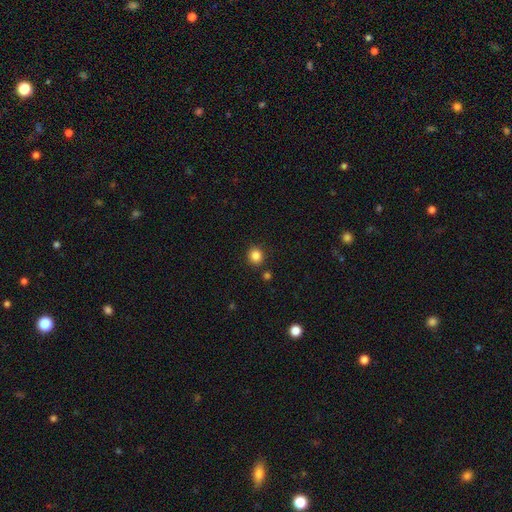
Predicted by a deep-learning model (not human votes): Smooth or featured: smooth — 85% (star or artifact — 11%)
How rounded: round — 81% (in between — 18%)
Merging: none — 86% (minor disturbance — 7%)